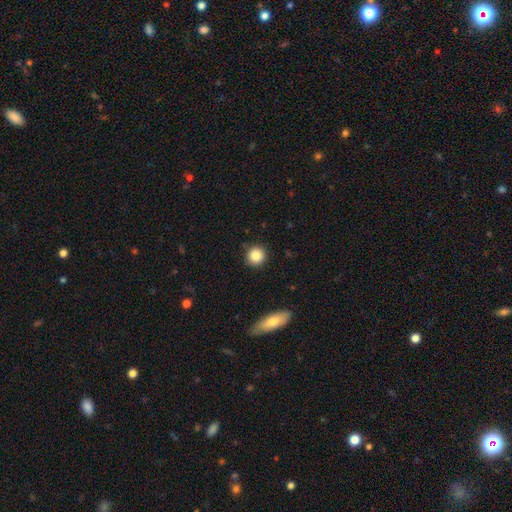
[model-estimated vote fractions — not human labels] Q: Smooth or featured?
A: smooth (87%); runner-up: star or artifact (9%)
Q: How rounded?
A: round (93%); runner-up: in between (6%)
Q: Merging?
A: none (89%); runner-up: minor disturbance (7%)